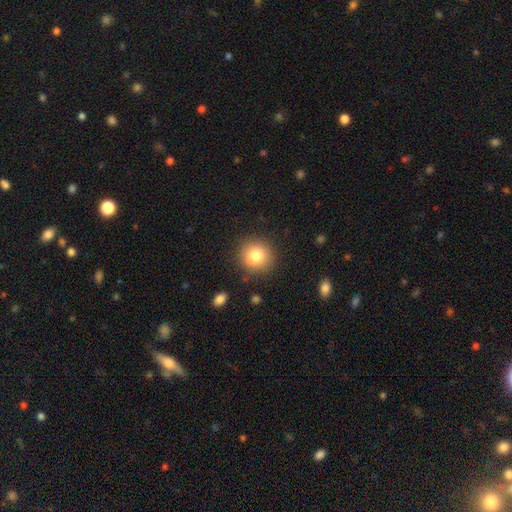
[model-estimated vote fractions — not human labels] The model was most divided on "smooth or featured": smooth: 77%, featured or disk: 12%, star or artifact: 11%. More confident: how rounded — round (88%); merging — none (82%).